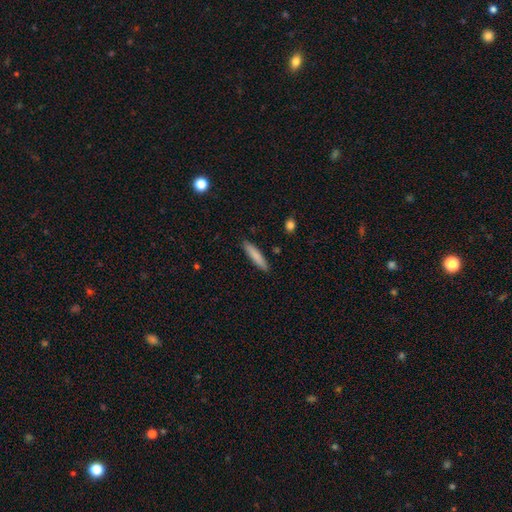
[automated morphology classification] smooth_or_featured: smooth (p=0.83) [alt: featured or disk p=0.12]
how_rounded: cigar-shaped (p=0.86) [alt: in between p=0.12]
merging: none (p=0.89) [alt: minor disturbance p=0.08]